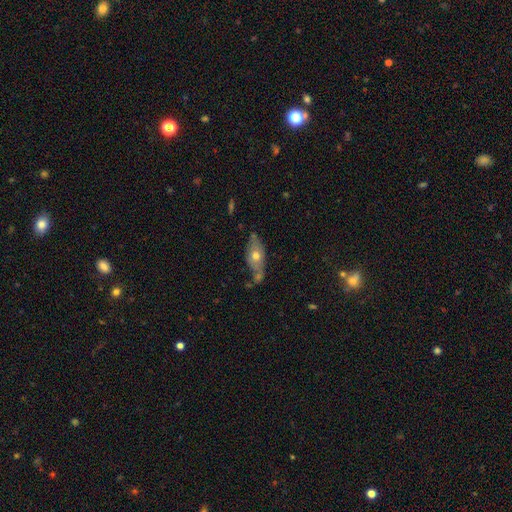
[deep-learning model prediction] Q: Smooth or featured?
A: smooth (52%); runner-up: featured or disk (40%)
Q: How rounded?
A: in between (77%); runner-up: cigar-shaped (16%)
Q: Merging?
A: none (51%); runner-up: minor disturbance (23%)